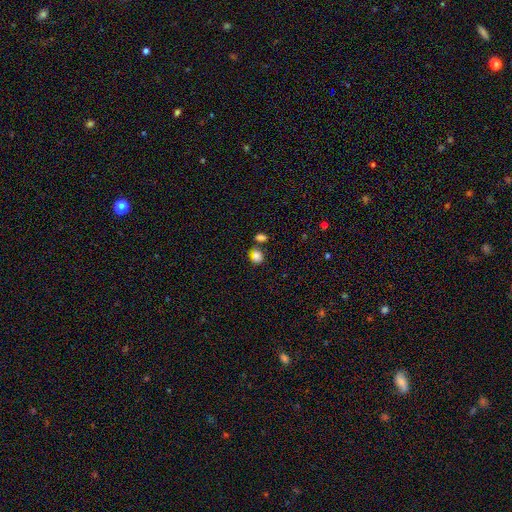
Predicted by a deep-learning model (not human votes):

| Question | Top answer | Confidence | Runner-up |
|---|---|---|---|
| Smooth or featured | smooth | 84% | star or artifact (11%) |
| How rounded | round | 54% | in between (44%) |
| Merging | none | 64% | merger (19%) |